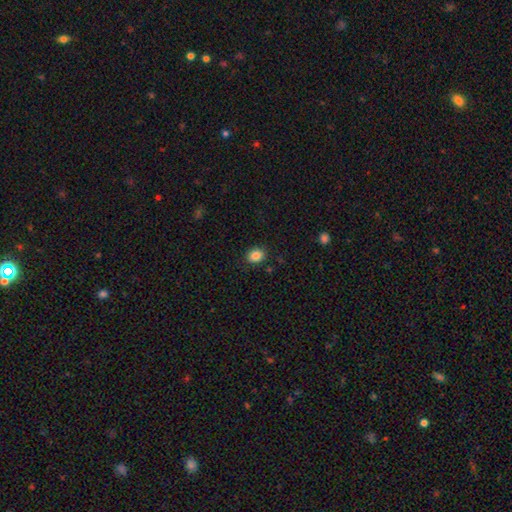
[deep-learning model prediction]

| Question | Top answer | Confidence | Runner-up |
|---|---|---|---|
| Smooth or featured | smooth | 85% | star or artifact (10%) |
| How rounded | round | 54% | in between (46%) |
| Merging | none | 87% | minor disturbance (9%) |